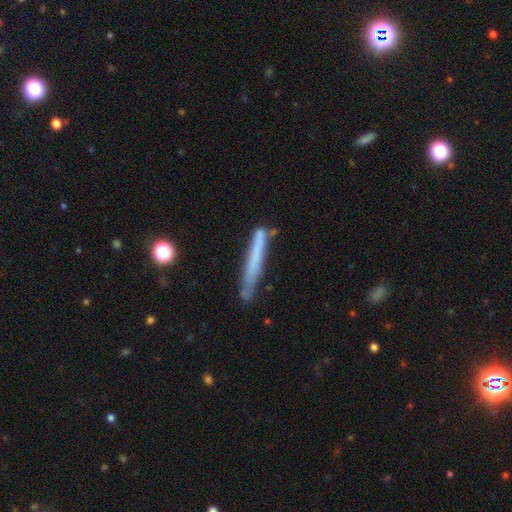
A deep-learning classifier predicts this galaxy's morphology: The model was most divided on "smooth or featured": smooth: 58%, featured or disk: 34%, star or artifact: 8%. More confident: how rounded — cigar-shaped (96%); merging — none (70%).